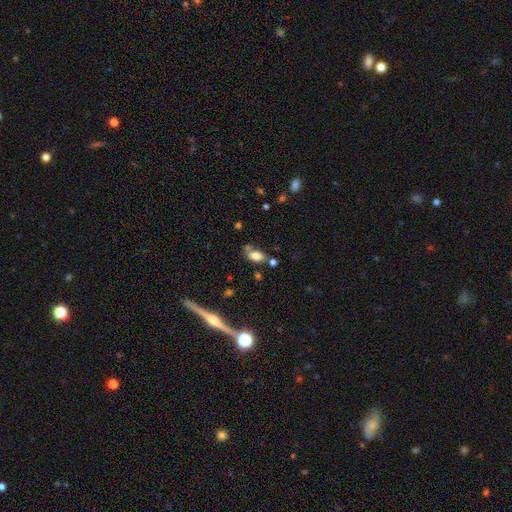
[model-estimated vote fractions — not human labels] This is likely a smooth galaxy (77%). How rounded: clearly in between (87%). Merging: possibly none (57%).